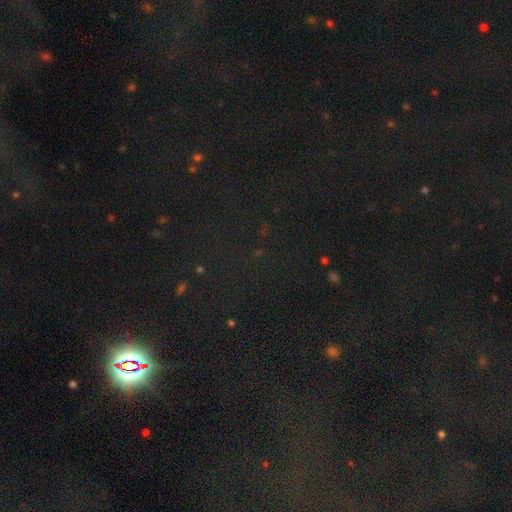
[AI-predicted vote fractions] The model was most divided on "smooth or featured": star or artifact: 79%, smooth: 13%, featured or disk: 8%.